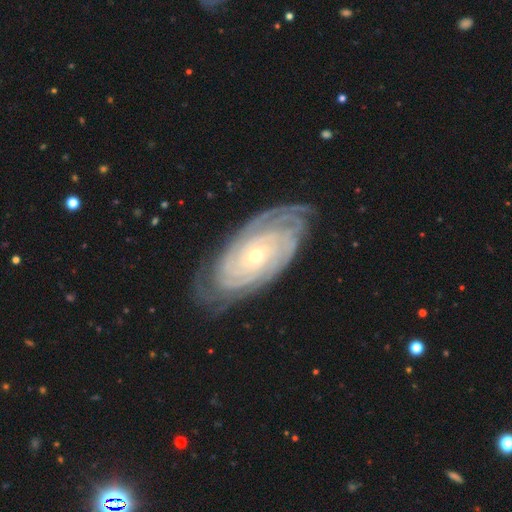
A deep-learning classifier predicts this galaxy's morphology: Smooth or featured? featured or disk (89%)
Edge-on disk? no (95%)
Bar? no (78%)
Spiral arms? yes (98%)
Spiral winding? tight (86%)
Spiral arm count? can't tell (28%)
Bulge size? small (71%)
Merging? none (79%)